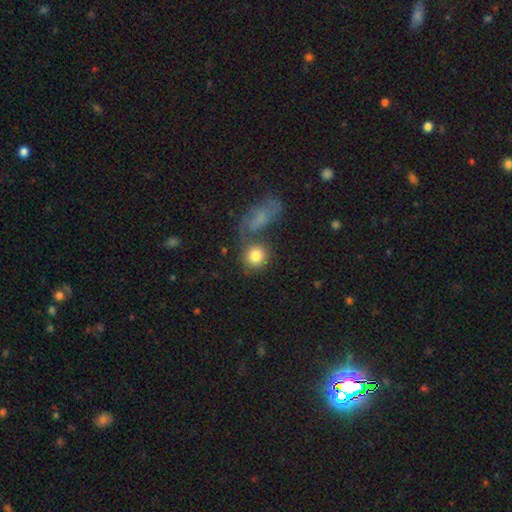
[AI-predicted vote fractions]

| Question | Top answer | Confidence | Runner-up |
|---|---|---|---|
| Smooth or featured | smooth | 82% | featured or disk (10%) |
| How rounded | round | 81% | in between (17%) |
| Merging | none | 51% | merger (29%) |